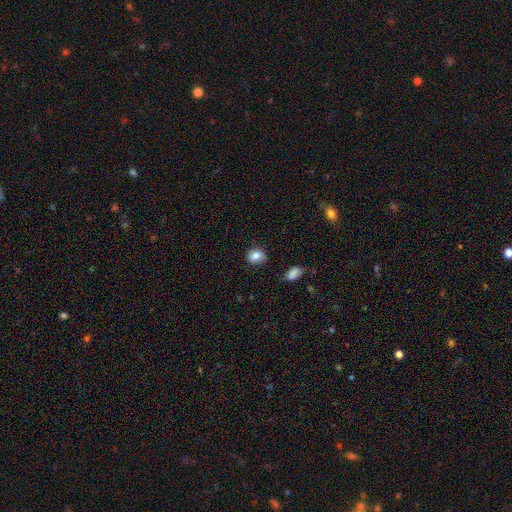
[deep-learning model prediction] Smooth or featured?
  - smooth: 84% *
  - star or artifact: 9%
  - featured or disk: 7%
How rounded?
  - round: 53% *
  - in between: 46%
  - cigar-shaped: 1%
Merging?
  - none: 82% *
  - minor disturbance: 13%
  - major disturbance: 3%
  - merger: 2%